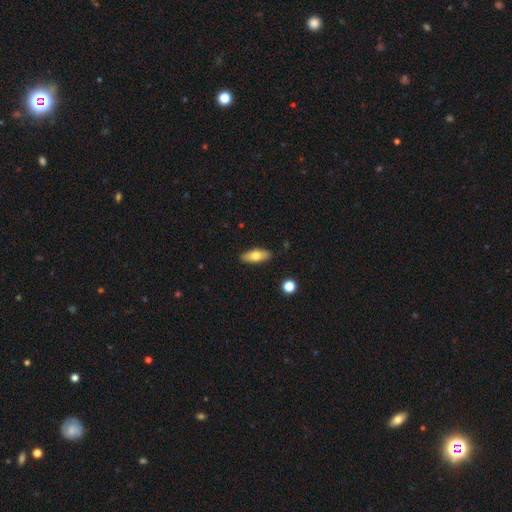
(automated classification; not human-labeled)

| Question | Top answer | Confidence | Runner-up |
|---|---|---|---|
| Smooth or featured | smooth | 66% | featured or disk (27%) |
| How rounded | in between | 72% | cigar-shaped (24%) |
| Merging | none | 89% | minor disturbance (8%) |